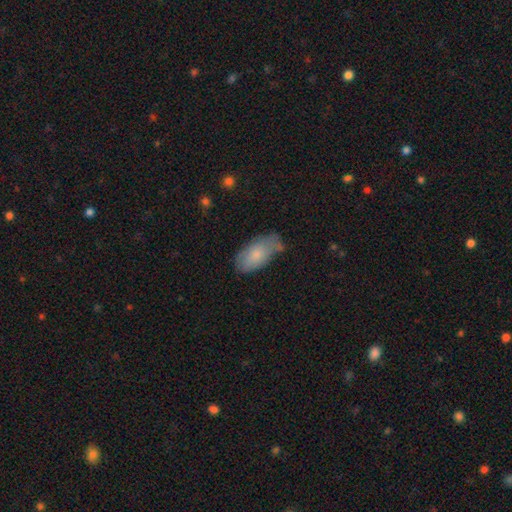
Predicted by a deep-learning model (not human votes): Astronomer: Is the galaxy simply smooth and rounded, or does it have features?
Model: smooth — 78%.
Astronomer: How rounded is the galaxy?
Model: in between — 93%.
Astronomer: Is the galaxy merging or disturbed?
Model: none — 59%.